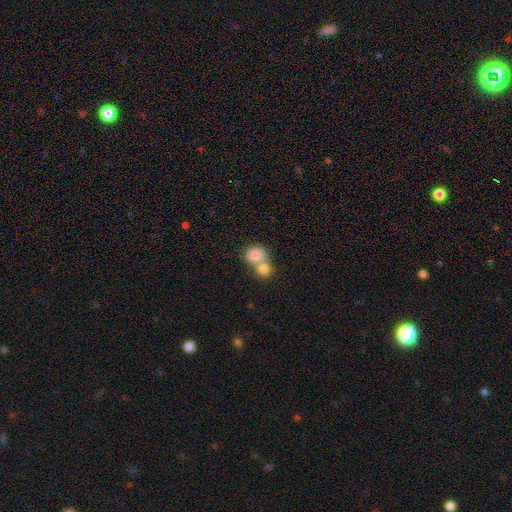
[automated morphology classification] Q: Smooth or featured?
A: smooth (81%); runner-up: featured or disk (11%)
Q: How rounded?
A: round (75%); runner-up: in between (23%)
Q: Merging?
A: merger (65%); runner-up: none (27%)